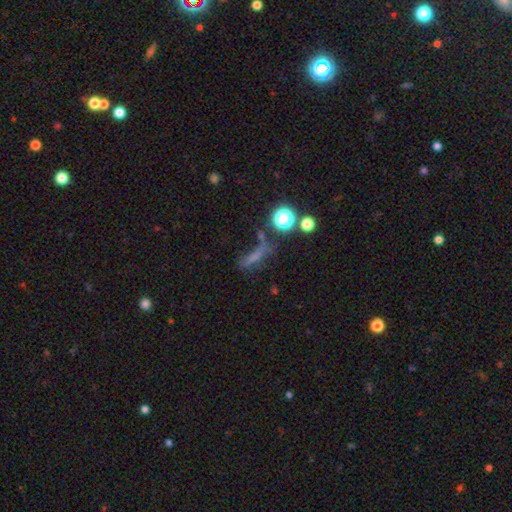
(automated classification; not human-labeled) The model was most divided on "smooth or featured": smooth: 50%, star or artifact: 27%, featured or disk: 24%. Remaining: merging — none (49%).